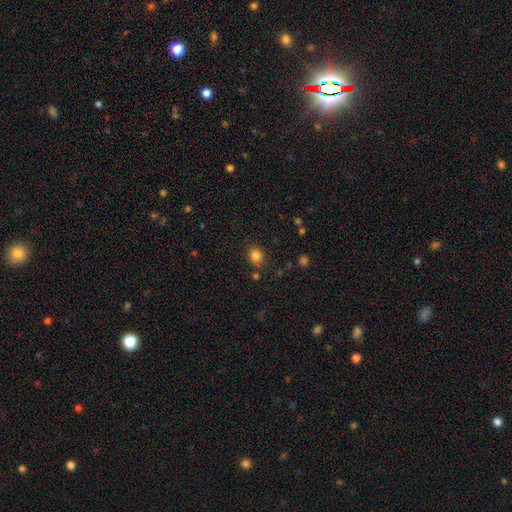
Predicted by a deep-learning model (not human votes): Q: Smooth or featured?
A: smooth (83%); runner-up: star or artifact (12%)
Q: How rounded?
A: round (72%); runner-up: in between (27%)
Q: Merging?
A: none (82%); runner-up: minor disturbance (10%)